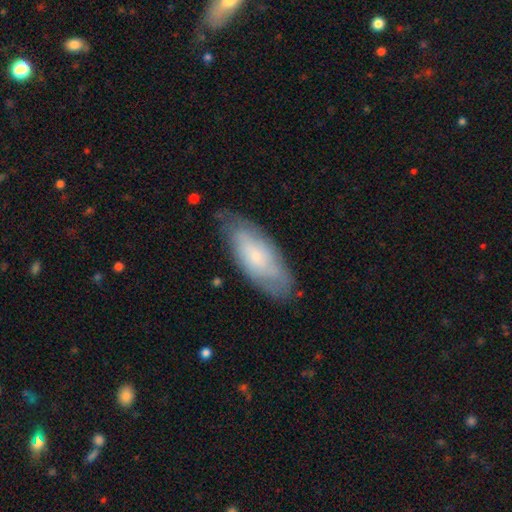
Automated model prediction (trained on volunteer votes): The model was most divided on "smooth or featured": smooth: 53%, featured or disk: 40%, star or artifact: 7%. More confident: how rounded — in between (77%); merging — none (71%).